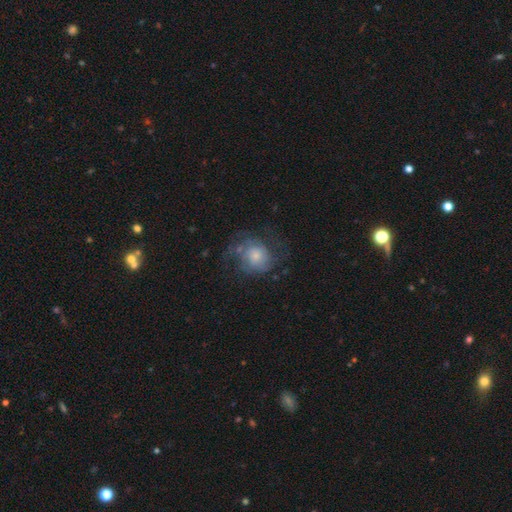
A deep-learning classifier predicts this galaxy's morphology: Smooth or featured?
  - featured or disk: 54% *
  - smooth: 38%
  - star or artifact: 8%
Edge-on disk?
  - no: 98% *
  - yes: 2%
Bar?
  - no: 79% *
  - weak: 19%
  - strong: 3%
Spiral arms?
  - yes: 76% *
  - no: 24%
Bulge size?
  - small: 47% *
  - moderate: 35%
  - large: 9%
  - none: 7%
  - dominant: 2%
Merging?
  - none: 49% *
  - major disturbance: 27%
  - minor disturbance: 22%
  - merger: 3%